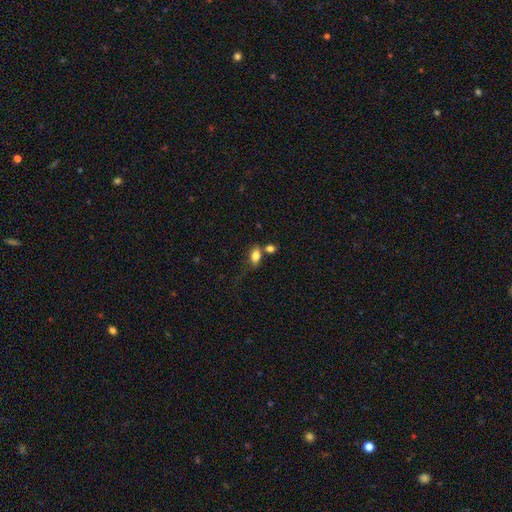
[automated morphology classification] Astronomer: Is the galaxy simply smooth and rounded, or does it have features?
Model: smooth — 81%.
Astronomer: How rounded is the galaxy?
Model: in between — 82%.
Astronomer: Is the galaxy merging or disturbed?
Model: none — 47% (runner-up: merger, 26%).